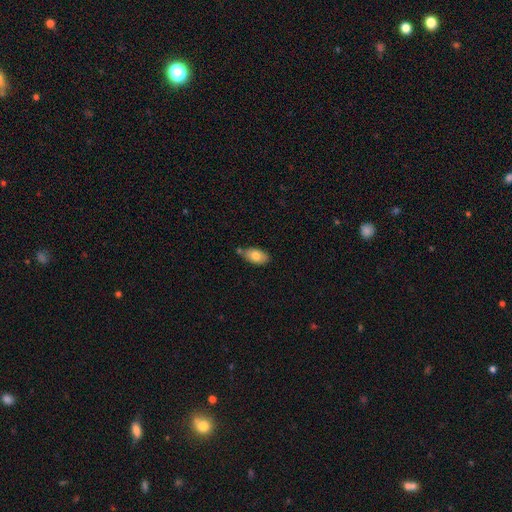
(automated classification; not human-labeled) This is likely a smooth galaxy (79%). How rounded: clearly in between (93%). Merging: likely none (67%).